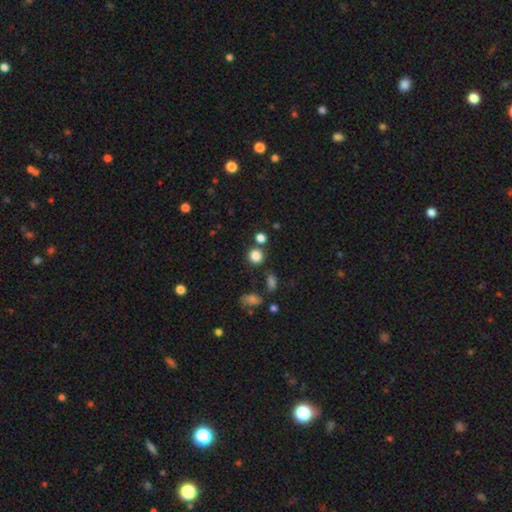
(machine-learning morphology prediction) Smooth or featured?
  - smooth: 83% *
  - star or artifact: 12%
  - featured or disk: 5%
How rounded?
  - round: 89% *
  - in between: 10%
  - cigar-shaped: 1%
Merging?
  - none: 76% *
  - merger: 12%
  - minor disturbance: 9%
  - major disturbance: 4%